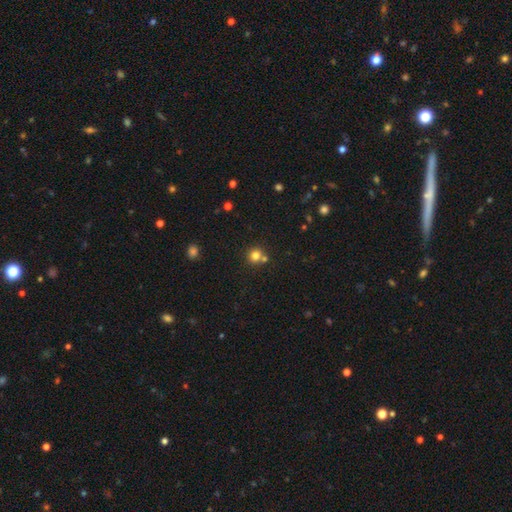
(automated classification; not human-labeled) Q: Smooth or featured?
A: smooth (78%); runner-up: star or artifact (15%)
Q: How rounded?
A: round (91%); runner-up: in between (8%)
Q: Merging?
A: none (67%); runner-up: merger (23%)